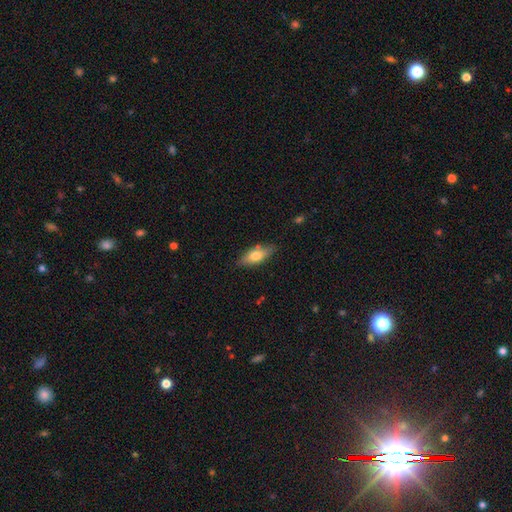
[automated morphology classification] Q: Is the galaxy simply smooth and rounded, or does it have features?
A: smooth — 68%.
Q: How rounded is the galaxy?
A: in between — 74%.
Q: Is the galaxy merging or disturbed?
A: none — 79%.